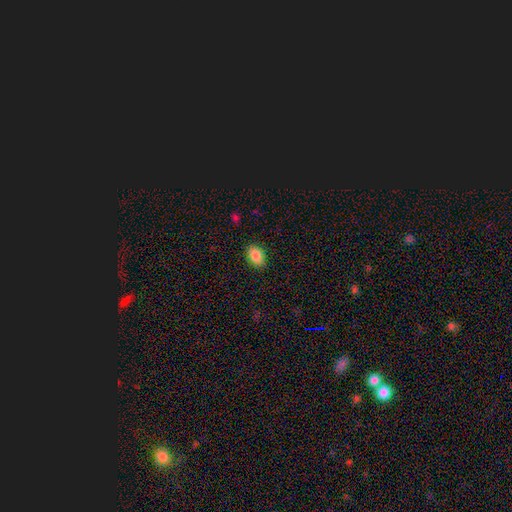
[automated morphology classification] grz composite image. It shows a smooth galaxy with no disk features (87%) that is in between round and cigar-shaped (85%). Merging: none (88%).